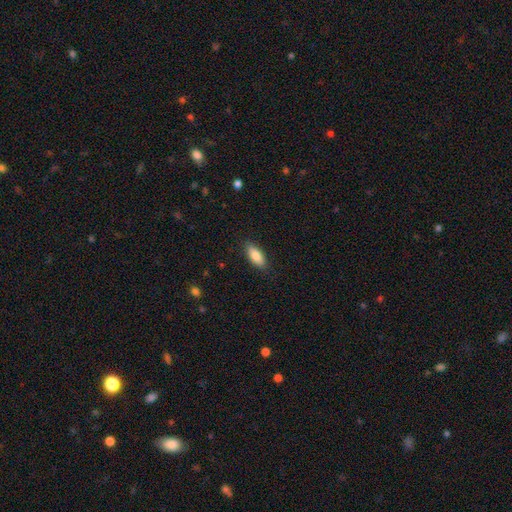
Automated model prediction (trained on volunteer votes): smooth-or-featured: smooth: 84% | featured or disk: 10% | star or artifact: 6%
  how-rounded: in between: 79% | cigar-shaped: 19% | round: 2%
  merging: none: 87% | minor disturbance: 10% | major disturbance: 2% | merger: 1%